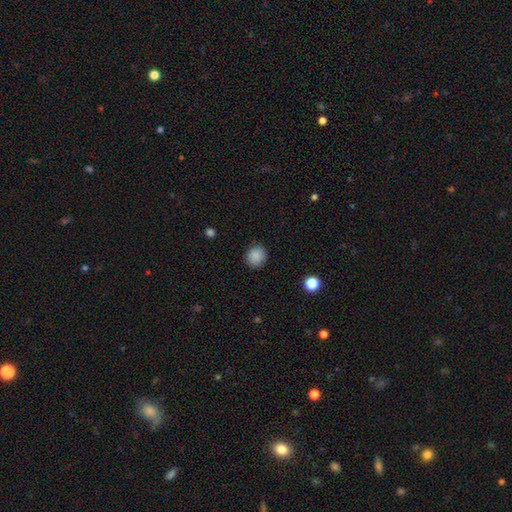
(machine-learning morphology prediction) The model was most divided on "how rounded": round: 82%, in between: 17%, cigar-shaped: 1%. More confident: merging — none (88%); smooth or featured — smooth (88%).